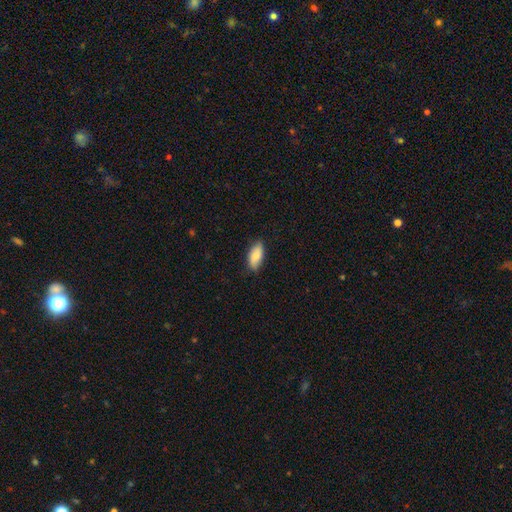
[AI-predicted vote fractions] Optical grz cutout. It shows a smooth galaxy with no disk features (79%) that is in between round and cigar-shaped (88%). Merging: none (80%).